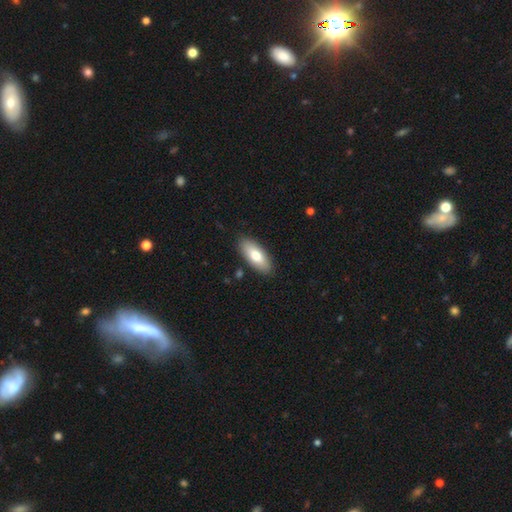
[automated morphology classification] Smooth or featured: smooth — 75% (featured or disk — 20%)
How rounded: in between — 82% (cigar-shaped — 16%)
Merging: none — 88% (minor disturbance — 9%)